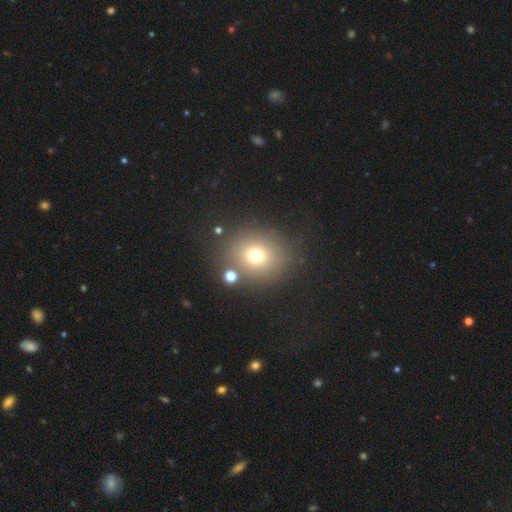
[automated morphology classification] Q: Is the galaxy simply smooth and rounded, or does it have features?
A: smooth — 69%.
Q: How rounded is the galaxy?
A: round — 79%.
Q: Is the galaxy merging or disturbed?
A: none — 79%.